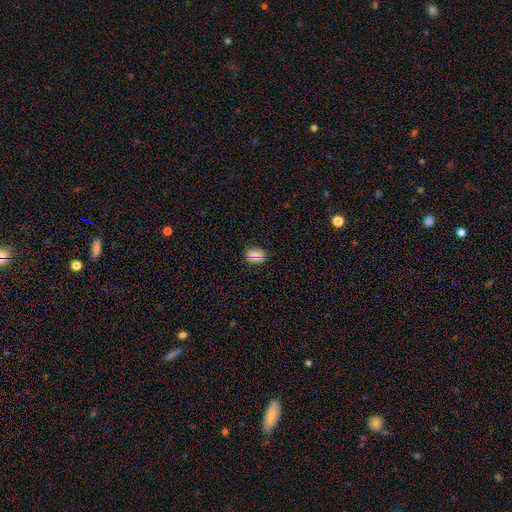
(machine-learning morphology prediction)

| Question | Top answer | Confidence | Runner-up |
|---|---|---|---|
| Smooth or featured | smooth | 69% | star or artifact (19%) |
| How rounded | in between | 50% | round (48%) |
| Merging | none | 84% | minor disturbance (12%) |